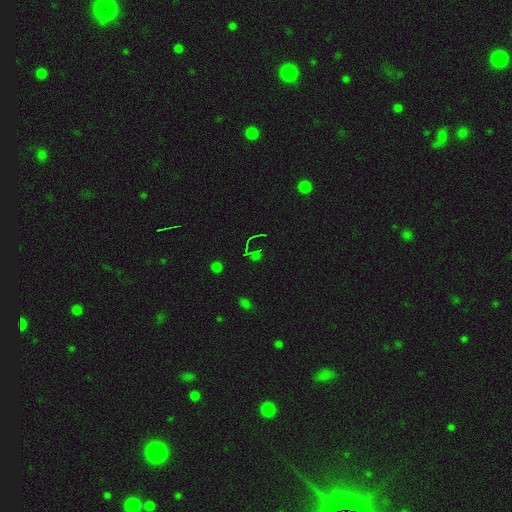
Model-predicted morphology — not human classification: Smooth or featured? Predicted: star or artifact (p=0.68).